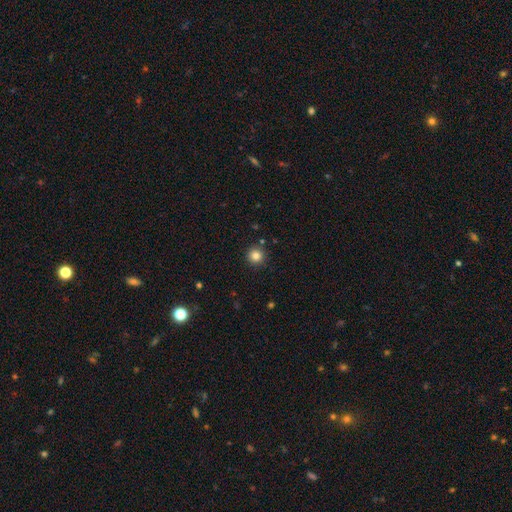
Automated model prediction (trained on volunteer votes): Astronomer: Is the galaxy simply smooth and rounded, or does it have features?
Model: smooth — 83%.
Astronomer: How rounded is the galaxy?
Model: round — 96%.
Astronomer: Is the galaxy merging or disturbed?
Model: none — 91%.